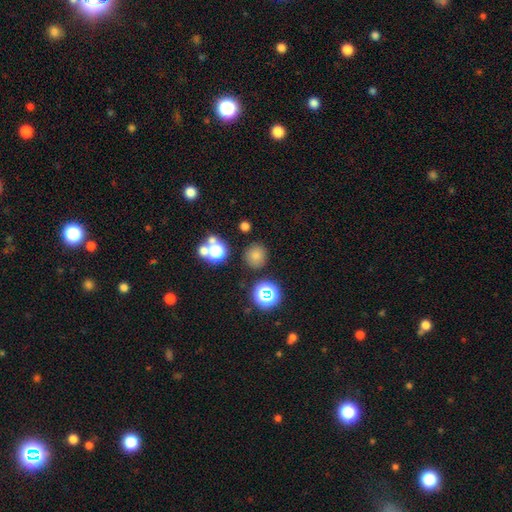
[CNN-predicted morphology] smooth_or_featured: smooth (p=0.74) [alt: star or artifact p=0.19]
how_rounded: round (p=0.91) [alt: in between p=0.08]
merging: none (p=0.84) [alt: minor disturbance p=0.08]